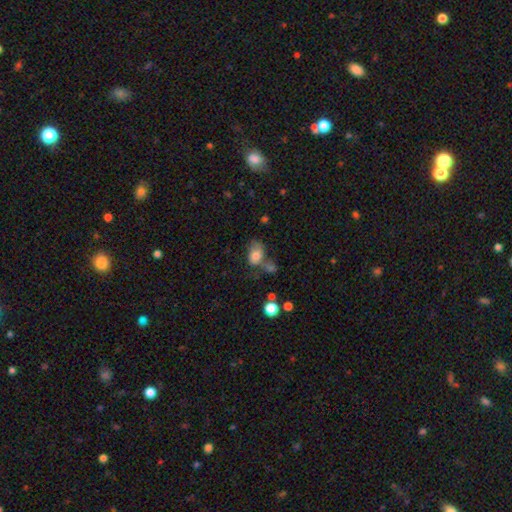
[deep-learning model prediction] Q: Smooth or featured?
A: smooth (74%); runner-up: featured or disk (16%)
Q: How rounded?
A: in between (79%); runner-up: round (20%)
Q: Merging?
A: none (34%); runner-up: merger (28%)